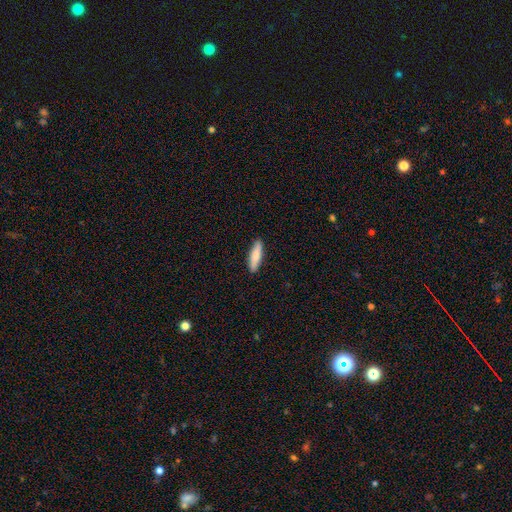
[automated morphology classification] smooth-or-featured: smooth: 83% | featured or disk: 12% | star or artifact: 5%
  how-rounded: cigar-shaped: 70% | in between: 28% | round: 2%
  merging: none: 90% | minor disturbance: 7% | major disturbance: 1% | merger: 1%